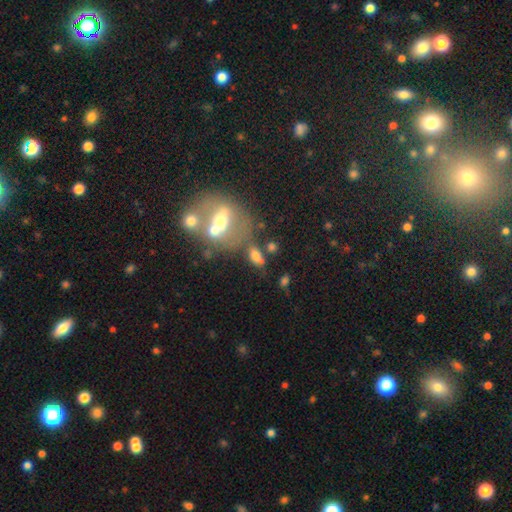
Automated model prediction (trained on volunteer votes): Smooth or featured? Predicted: smooth (p=0.66). How rounded? Predicted: in between (p=0.81). Merging? Predicted: none (p=0.48).